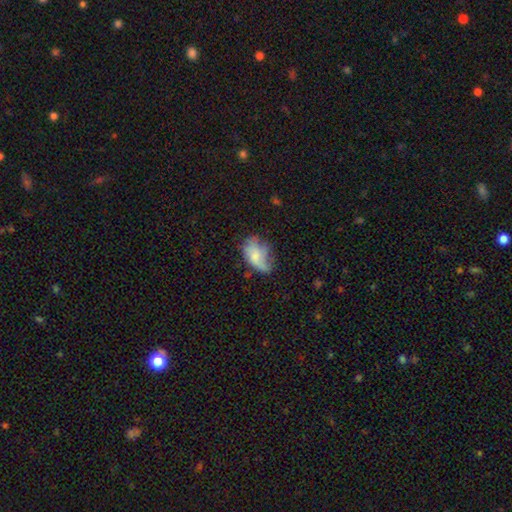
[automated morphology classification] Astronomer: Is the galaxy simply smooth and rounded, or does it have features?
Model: smooth — 56% (runner-up: featured or disk, 35%).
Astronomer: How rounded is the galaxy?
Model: in between — 87%.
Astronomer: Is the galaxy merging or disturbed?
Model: none — 36% (runner-up: minor disturbance, 33%).